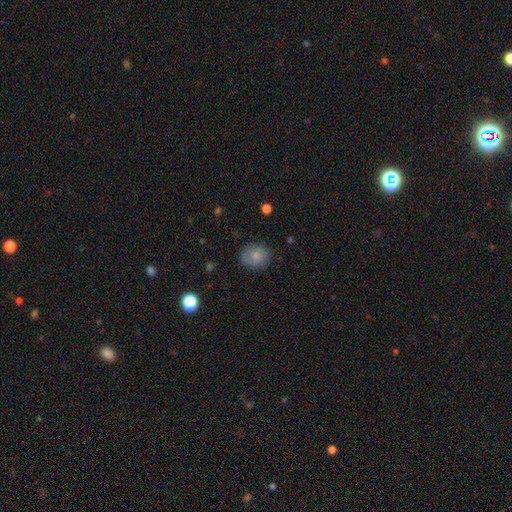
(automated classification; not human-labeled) Smooth or featured?
  - smooth: 73% *
  - featured or disk: 19%
  - star or artifact: 8%
How rounded?
  - round: 77% *
  - in between: 22%
  - cigar-shaped: 1%
Merging?
  - none: 79% *
  - minor disturbance: 16%
  - major disturbance: 4%
  - merger: 1%